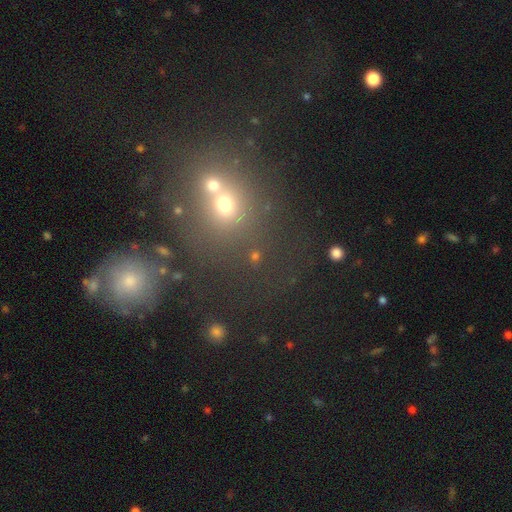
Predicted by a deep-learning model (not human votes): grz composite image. It shows a smooth galaxy with no disk features (54%) that is round (76%). Merging: none (54%).